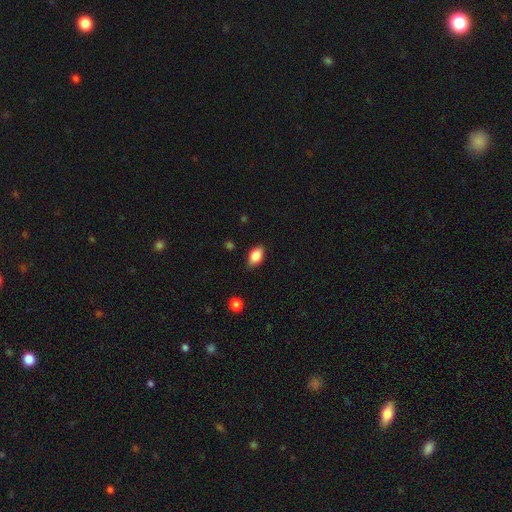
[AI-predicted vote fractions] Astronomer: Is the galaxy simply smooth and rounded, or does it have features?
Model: smooth — 80%.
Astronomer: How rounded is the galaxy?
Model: in between — 87%.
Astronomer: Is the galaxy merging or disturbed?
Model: none — 82%.